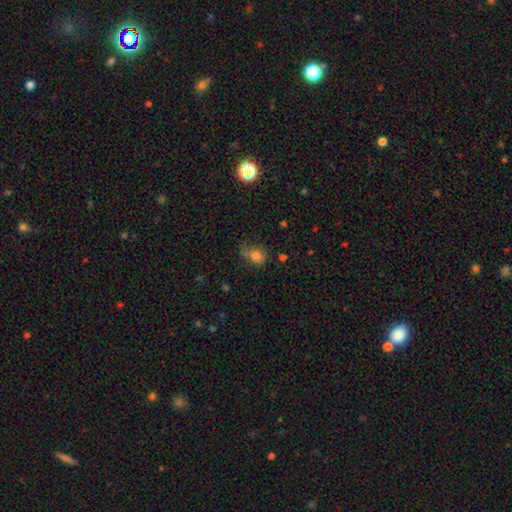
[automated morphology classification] smooth 76%, featured or disk 12%, star or artifact 12%. Down the decision tree: how rounded — round (51%); merging — none (45%).